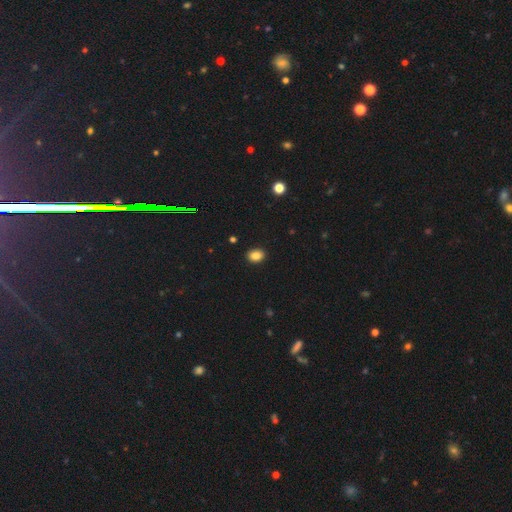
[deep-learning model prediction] Q: Smooth or featured?
A: smooth (85%); runner-up: star or artifact (10%)
Q: How rounded?
A: in between (60%); runner-up: round (40%)
Q: Merging?
A: none (91%); runner-up: minor disturbance (6%)